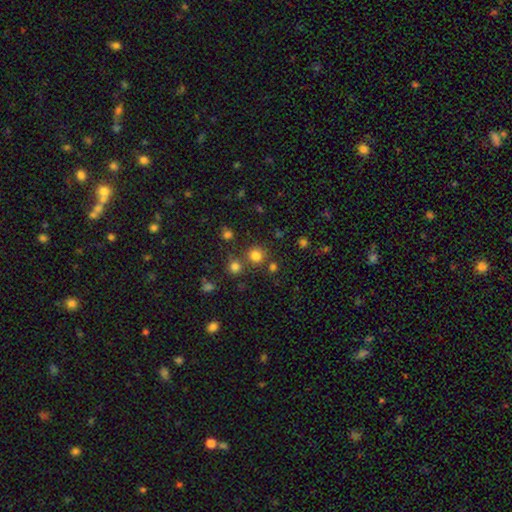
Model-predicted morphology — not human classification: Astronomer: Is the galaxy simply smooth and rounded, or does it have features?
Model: smooth — 78%.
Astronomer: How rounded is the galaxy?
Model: round — 92%.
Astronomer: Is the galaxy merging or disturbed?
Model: none — 76%.